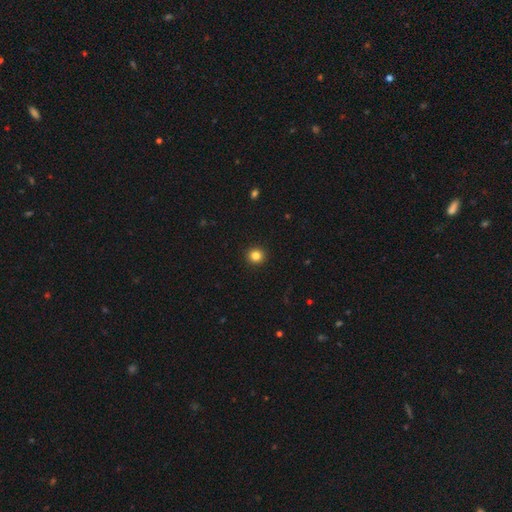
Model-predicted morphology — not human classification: Smooth or featured: smooth — 84% (star or artifact — 11%)
How rounded: round — 94% (in between — 5%)
Merging: none — 94% (minor disturbance — 4%)